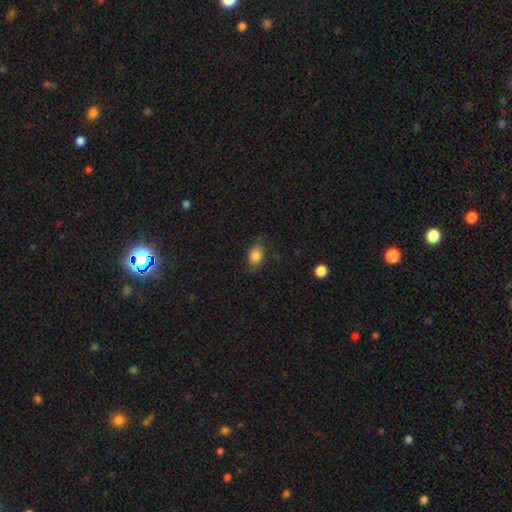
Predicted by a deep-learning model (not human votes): This appears to be a smooth galaxy with no disk features (80%) that is in between round and cigar-shaped (78%). Merging: none (69%).